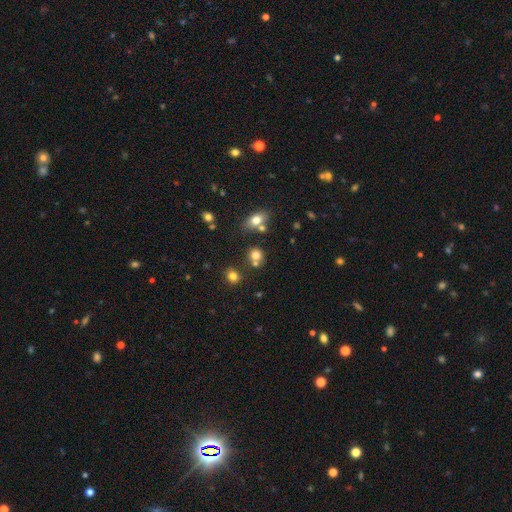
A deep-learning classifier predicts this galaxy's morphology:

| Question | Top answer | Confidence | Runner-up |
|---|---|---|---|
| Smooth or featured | smooth | 76% | star or artifact (16%) |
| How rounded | round | 78% | in between (21%) |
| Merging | none | 59% | merger (27%) |